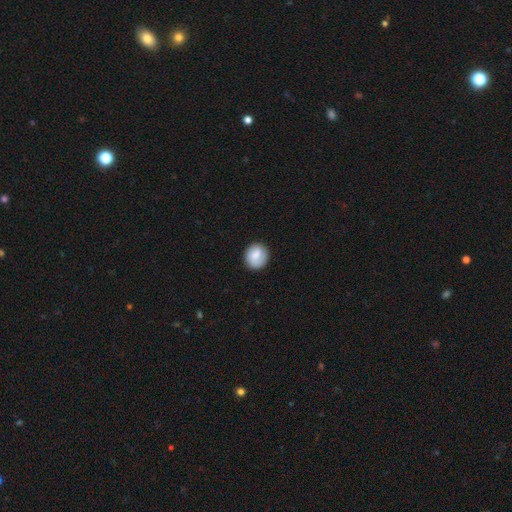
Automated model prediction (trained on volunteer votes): Overall: smooth (77%). How rounded: round (83%). Merging: none (82%).